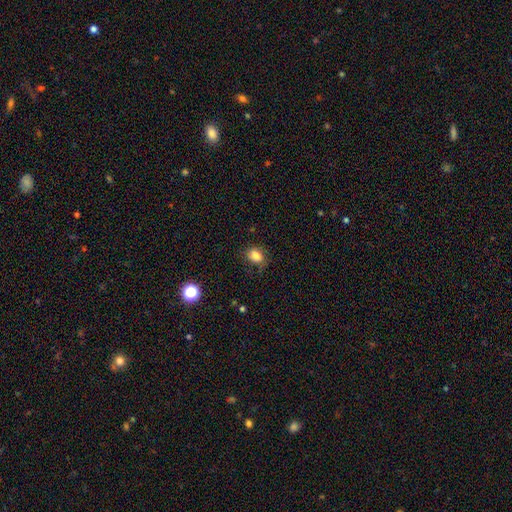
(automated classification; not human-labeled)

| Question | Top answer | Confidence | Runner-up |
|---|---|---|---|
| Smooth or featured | smooth | 83% | star or artifact (11%) |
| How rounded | in between | 64% | round (35%) |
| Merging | none | 70% | minor disturbance (22%) |